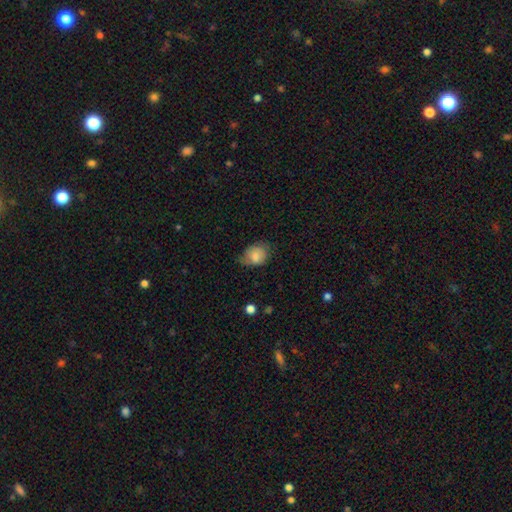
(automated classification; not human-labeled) This is clearly a smooth galaxy (80%). How rounded: likely in between (66%). Merging: possibly none (51%).